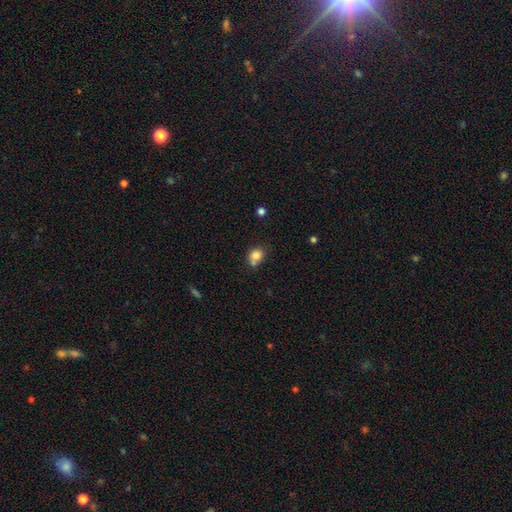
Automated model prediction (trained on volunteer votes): Overall: smooth (80%). How rounded: round (65%; in between 34%). Merging: none (50%; merger 29%).